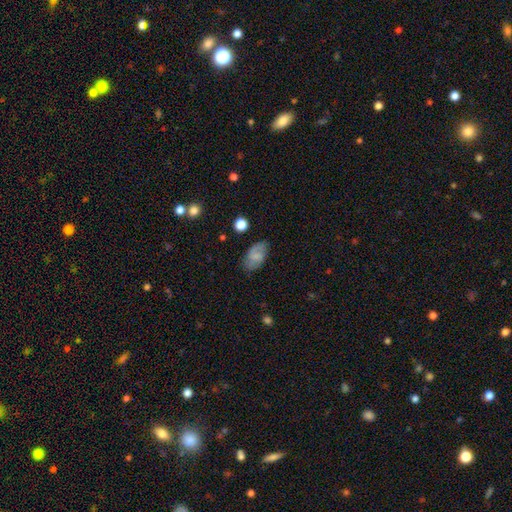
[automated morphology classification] Smooth or featured? Predicted: smooth (p=0.66). How rounded? Predicted: in between (p=0.92). Merging? Predicted: none (p=0.77).